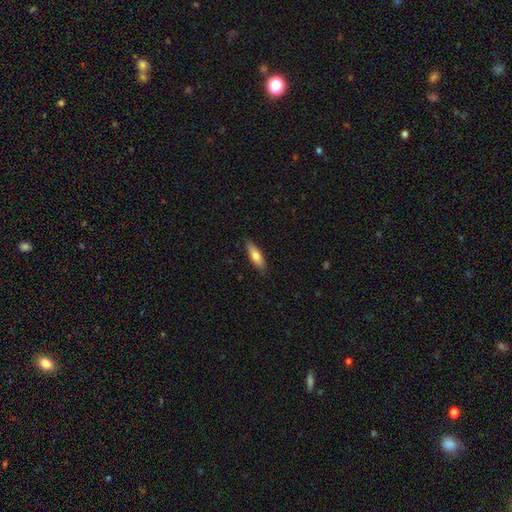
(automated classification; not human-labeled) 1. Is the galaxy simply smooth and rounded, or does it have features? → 71% smooth, 23% featured or disk, 6% star or artifact.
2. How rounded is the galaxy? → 50% cigar-shaped, 48% in between, 2% round.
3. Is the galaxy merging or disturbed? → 87% none, 10% minor disturbance, 2% major disturbance, 1% merger.